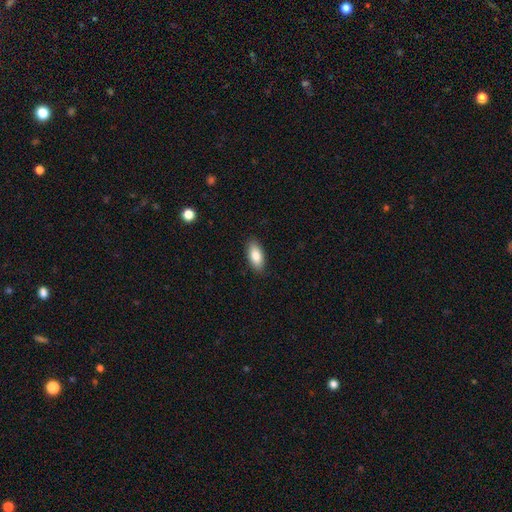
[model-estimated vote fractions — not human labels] smooth-or-featured: smooth: 85% | featured or disk: 9% | star or artifact: 6%
  how-rounded: in between: 89% | cigar-shaped: 9% | round: 2%
  merging: none: 88% | minor disturbance: 9% | major disturbance: 2% | merger: 1%